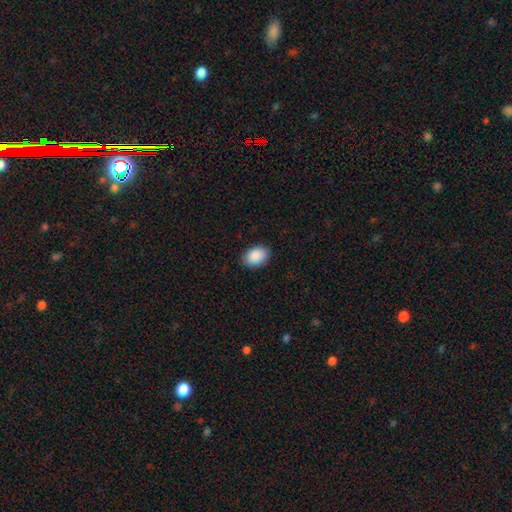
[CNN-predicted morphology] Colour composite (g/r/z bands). It shows a smooth galaxy with no disk features (90%) that is in between round and cigar-shaped (85%). Merging: none (88%).